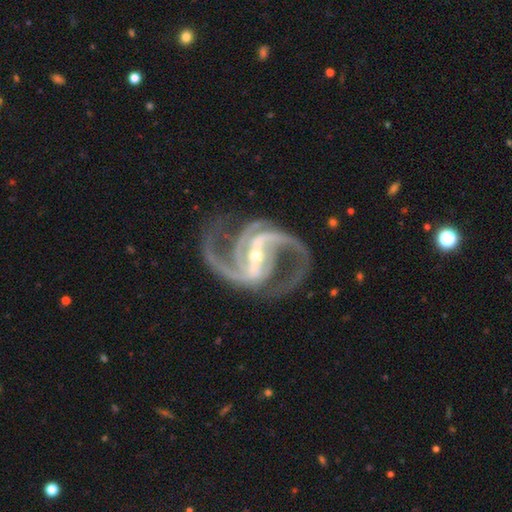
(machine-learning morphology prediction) smooth_or_featured: featured or disk (p=0.94) [alt: star or artifact p=0.04]
disk_edge_on: no (p=0.98) [alt: yes p=0.02]
bar: strong (p=0.69) [alt: weak p=0.23]
has_spiral_arms: yes (p=0.99) [alt: no p=0.01]
spiral_winding: medium (p=0.65) [alt: loose p=0.19]
spiral_arm_count: 2 (p=0.60) [alt: 3 p=0.24]
bulge_size: small (p=0.71) [alt: moderate p=0.25]
merging: none (p=0.73) [alt: minor disturbance p=0.14]